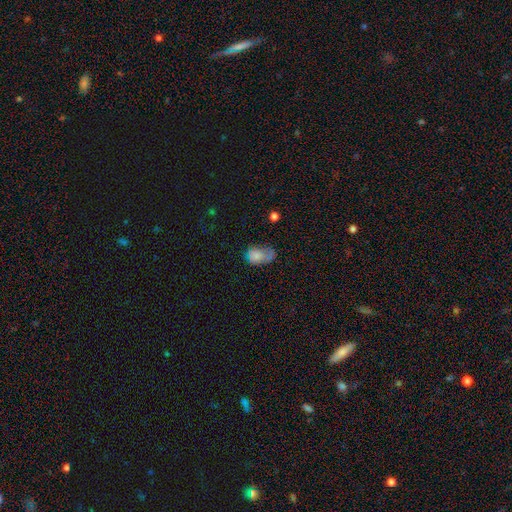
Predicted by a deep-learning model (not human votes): A smooth galaxy with no disk features (71%) that is in between round and cigar-shaped (79%). Merging: major disturbance (32%).